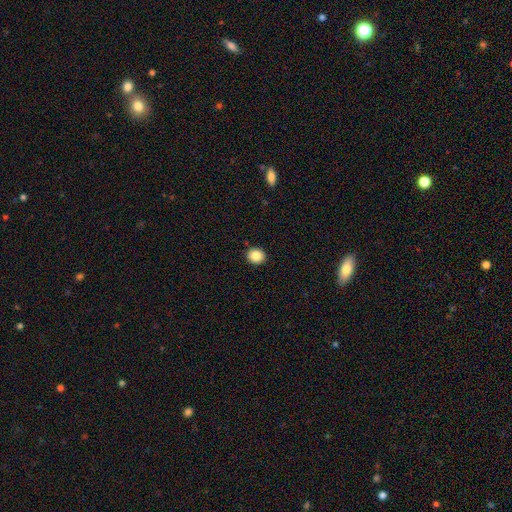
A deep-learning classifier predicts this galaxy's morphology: A smooth galaxy with no disk features (86%) that is round (77%).

Vote fractions:
- Smooth or featured? smooth: 86% / star or artifact: 9% / featured or disk: 5%
- How rounded? round: 77% / in between: 22% / cigar-shaped: 1%
- Merging? none: 91% / minor disturbance: 6% / major disturbance: 2% / merger: 1%